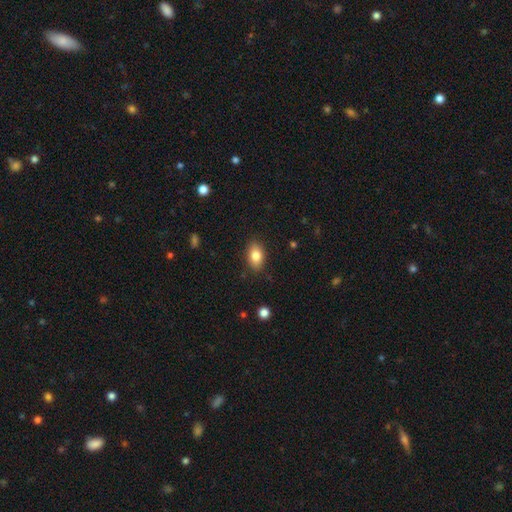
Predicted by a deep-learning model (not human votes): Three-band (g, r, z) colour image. It shows a smooth galaxy with no disk features (83%) that is in between round and cigar-shaped (88%). Merging: none (86%).